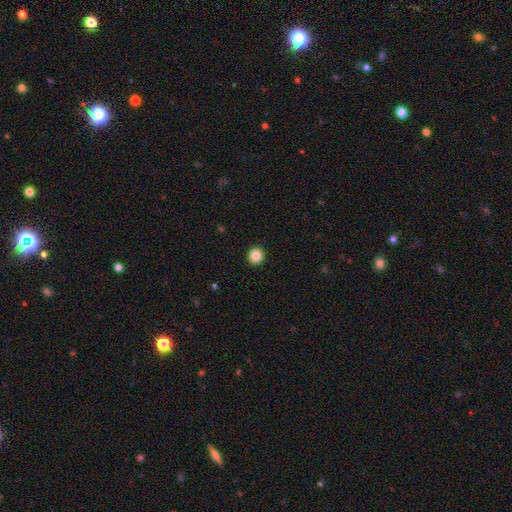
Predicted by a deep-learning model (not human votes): smooth_or_featured: smooth (p=0.85) [alt: star or artifact p=0.10]
how_rounded: round (p=0.90) [alt: in between p=0.09]
merging: none (p=0.93) [alt: minor disturbance p=0.04]